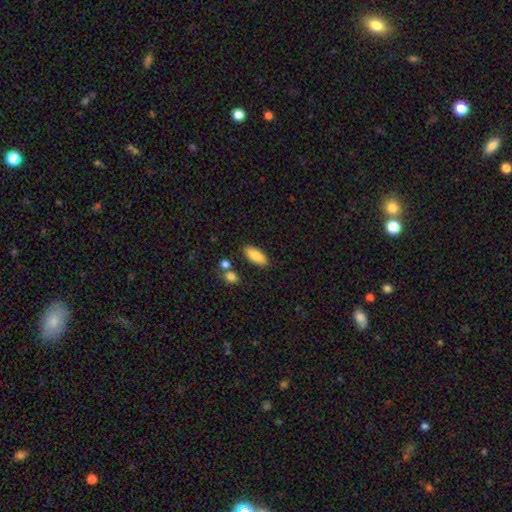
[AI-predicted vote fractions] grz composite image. It shows a smooth galaxy with no disk features (85%) that is in between round and cigar-shaped (85%). Merging: none (83%).